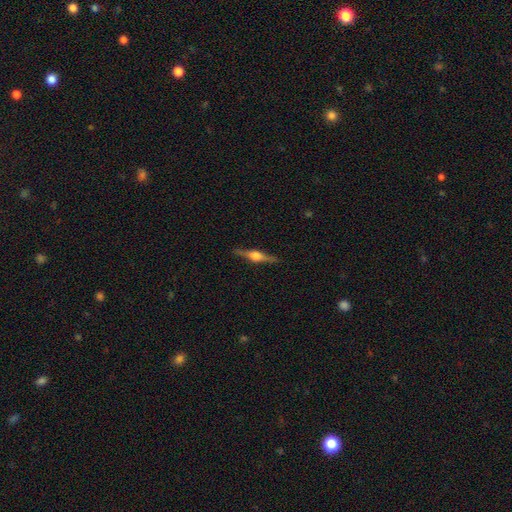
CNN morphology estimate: A featured or disk galaxy (79%) viewed edge-on (98%) with a rounded central bulge (92%). Merging: none (90%).